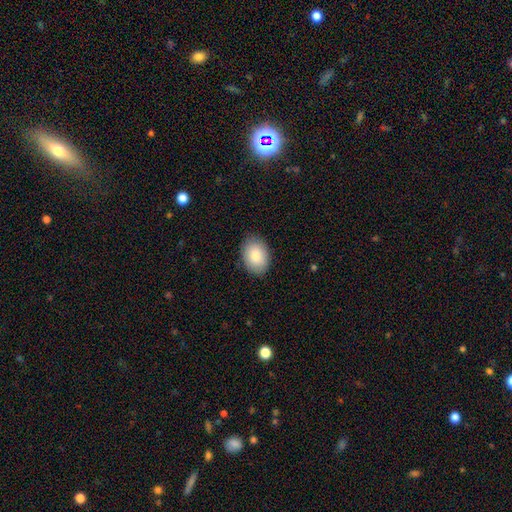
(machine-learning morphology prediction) This is clearly a smooth galaxy (86%). How rounded: clearly in between (82%). Merging: clearly none (87%).